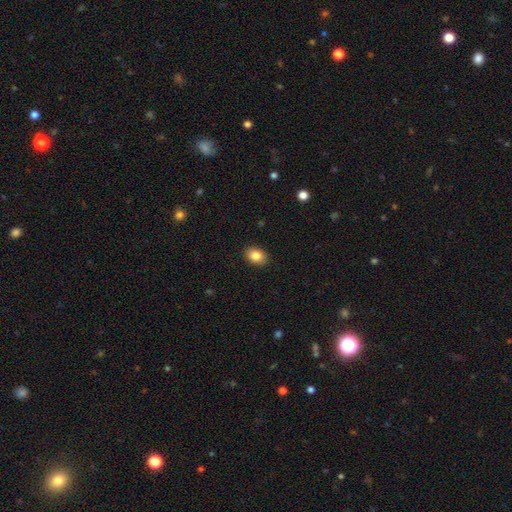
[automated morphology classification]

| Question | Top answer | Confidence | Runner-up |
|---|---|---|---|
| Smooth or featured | smooth | 85% | star or artifact (8%) |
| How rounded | in between | 73% | round (26%) |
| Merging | none | 90% | minor disturbance (7%) |